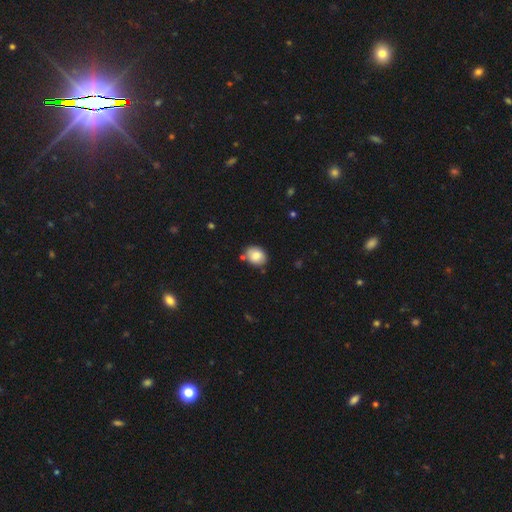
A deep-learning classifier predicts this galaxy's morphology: A smooth galaxy with no disk features (83%) that is in between round and cigar-shaped (54%). Merging: none (77%).